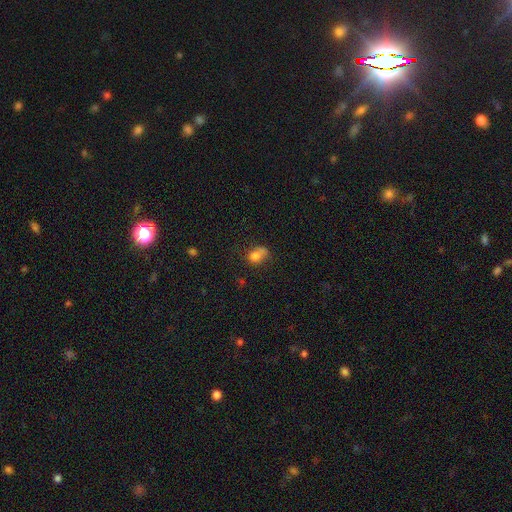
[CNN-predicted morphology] This appears to be a smooth galaxy with no disk features (75%) that is in between round and cigar-shaped (50%). Merging: none (36%).